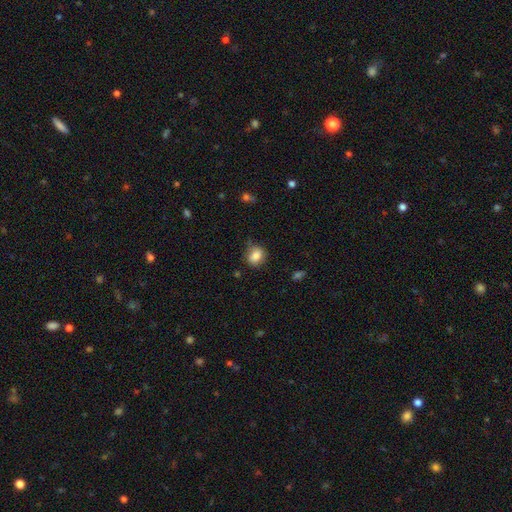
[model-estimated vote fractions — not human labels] Morphology: type=smooth (84%); roundness=round (52%); merging=none (70%).